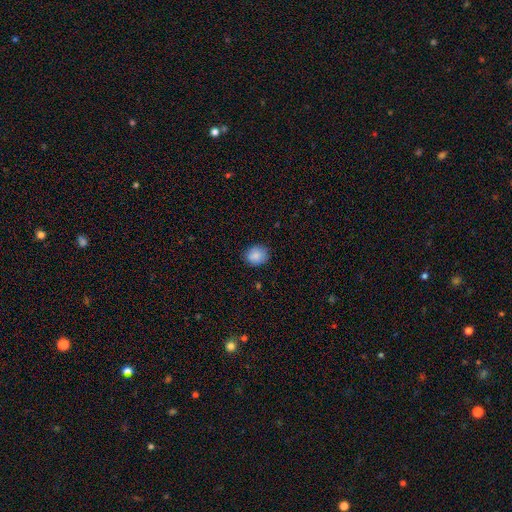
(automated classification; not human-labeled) Smooth or featured? smooth (87%)
How rounded? round (67%)
Merging? none (83%)